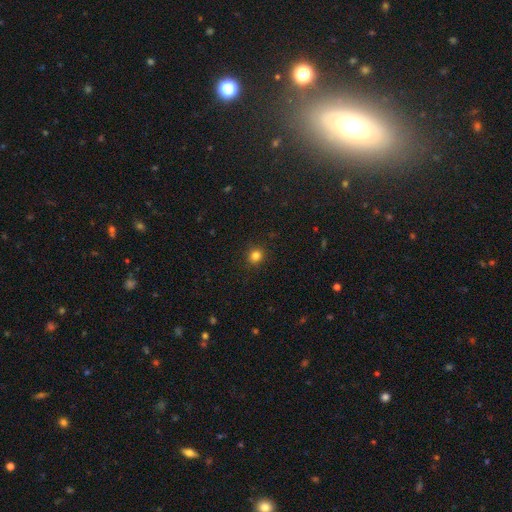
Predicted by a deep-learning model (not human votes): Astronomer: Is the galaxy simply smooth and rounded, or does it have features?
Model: smooth — 83%.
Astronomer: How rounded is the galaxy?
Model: round — 81%.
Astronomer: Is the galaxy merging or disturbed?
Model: none — 90%.